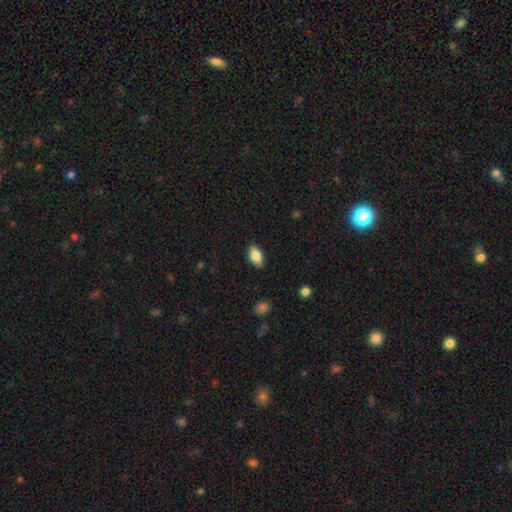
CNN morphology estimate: This is clearly a smooth galaxy (83%). How rounded: clearly in between (90%). Merging: clearly none (86%).